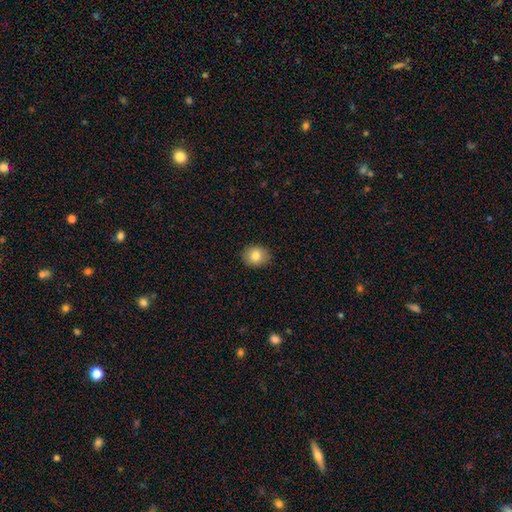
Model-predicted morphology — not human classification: This is clearly a smooth galaxy (82%). How rounded: likely round (63%). Merging: clearly none (89%).